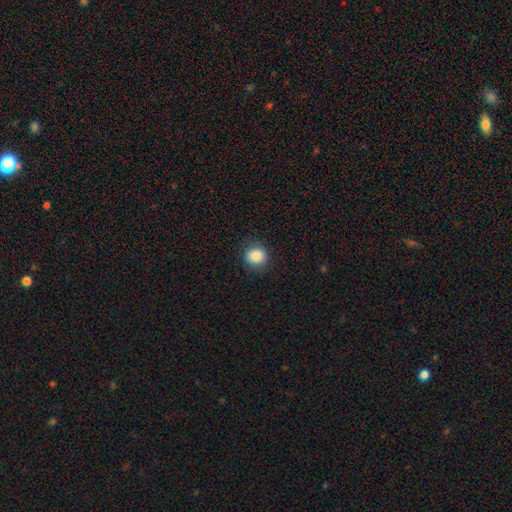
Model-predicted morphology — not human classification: Smooth or featured?
  - smooth: 86% *
  - star or artifact: 9%
  - featured or disk: 5%
How rounded?
  - round: 85% *
  - in between: 14%
  - cigar-shaped: 1%
Merging?
  - none: 87% *
  - minor disturbance: 9%
  - major disturbance: 3%
  - merger: 1%